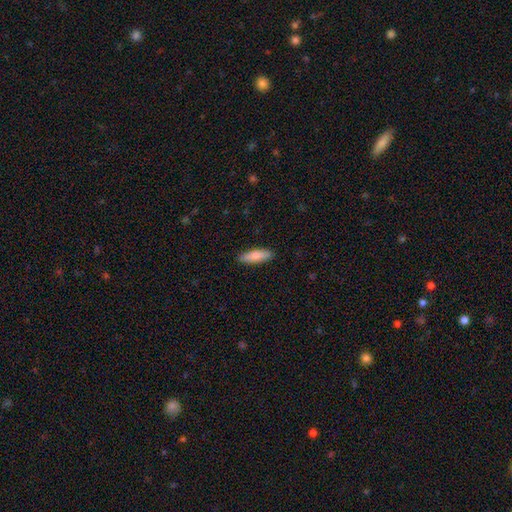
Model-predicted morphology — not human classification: A smooth galaxy with no disk features (84%) that is in between round and cigar-shaped (51%). Merging: none (89%).